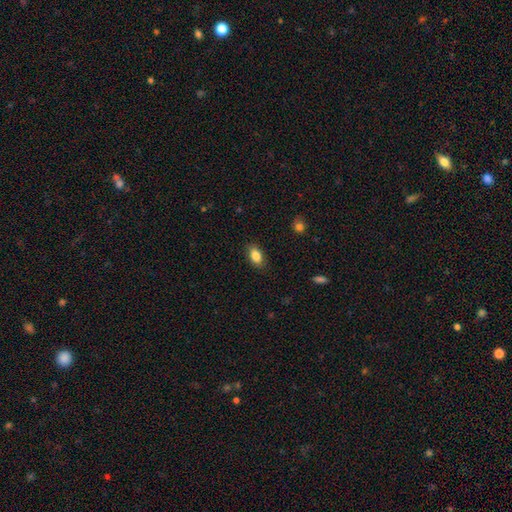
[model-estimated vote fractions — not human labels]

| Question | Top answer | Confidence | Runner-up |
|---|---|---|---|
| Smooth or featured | smooth | 86% | star or artifact (8%) |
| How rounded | in between | 89% | round (8%) |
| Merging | none | 86% | minor disturbance (10%) |